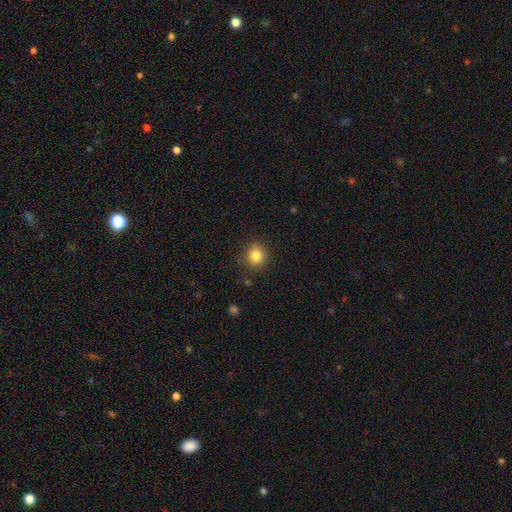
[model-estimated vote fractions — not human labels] Smooth or featured?
  - smooth: 84% *
  - star or artifact: 11%
  - featured or disk: 6%
How rounded?
  - round: 82% *
  - in between: 17%
  - cigar-shaped: 1%
Merging?
  - none: 85% *
  - minor disturbance: 11%
  - major disturbance: 3%
  - merger: 1%